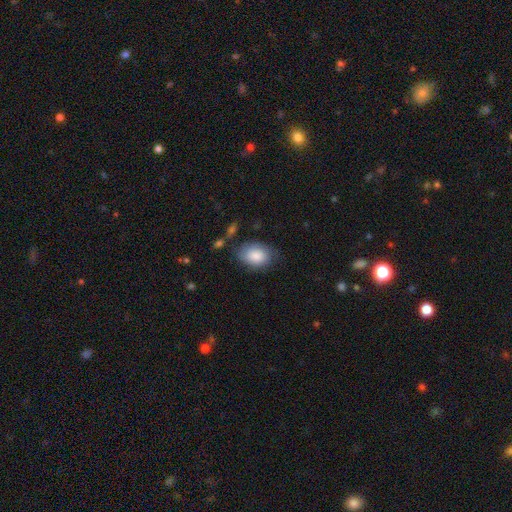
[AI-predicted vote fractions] Smooth or featured? smooth (85%)
How rounded? in between (82%)
Merging? none (68%)